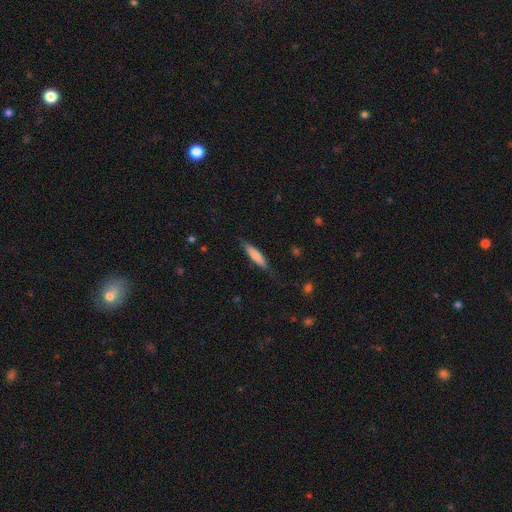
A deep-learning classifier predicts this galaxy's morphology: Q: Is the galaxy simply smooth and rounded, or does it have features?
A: smooth — 74%.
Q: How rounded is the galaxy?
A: cigar-shaped — 80%.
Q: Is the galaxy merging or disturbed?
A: none — 79%.